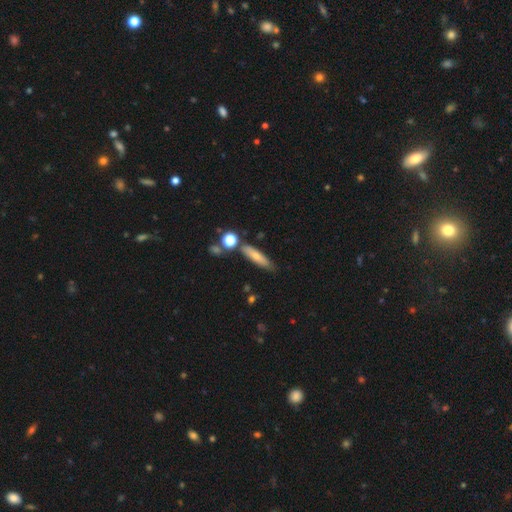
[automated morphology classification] Smooth or featured: smooth — 69% (featured or disk — 23%)
How rounded: cigar-shaped — 72% (in between — 25%)
Merging: none — 72% (minor disturbance — 16%)